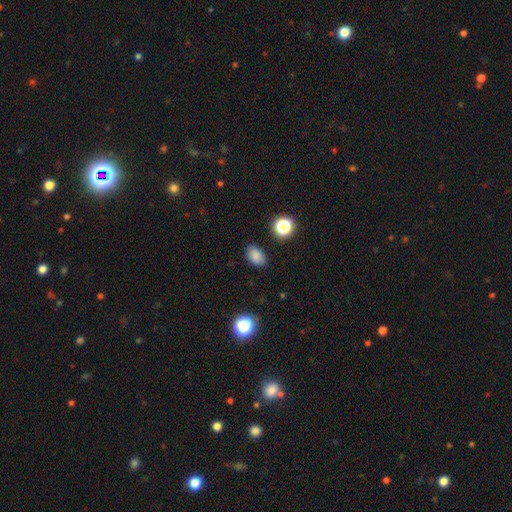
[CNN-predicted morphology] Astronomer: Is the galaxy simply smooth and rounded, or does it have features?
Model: smooth — 82%.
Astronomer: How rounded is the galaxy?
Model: in between — 80%.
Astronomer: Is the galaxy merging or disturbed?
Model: none — 82%.